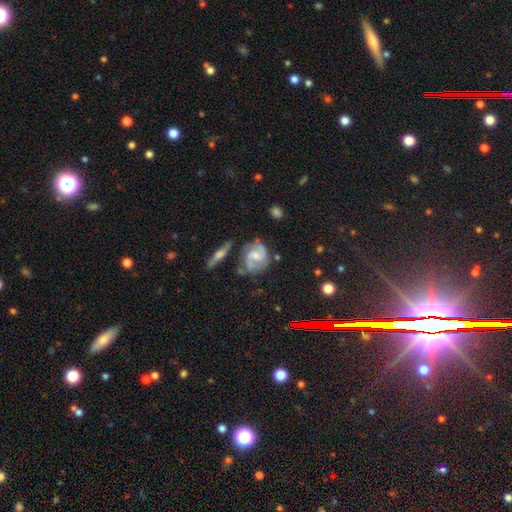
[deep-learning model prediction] This appears to be a featured or disk galaxy (73%) with a weak bar (50%), 2 (81%) medium (50%) spiral arms (91%) and a moderate central bulge (46%). Merging: none (61%).